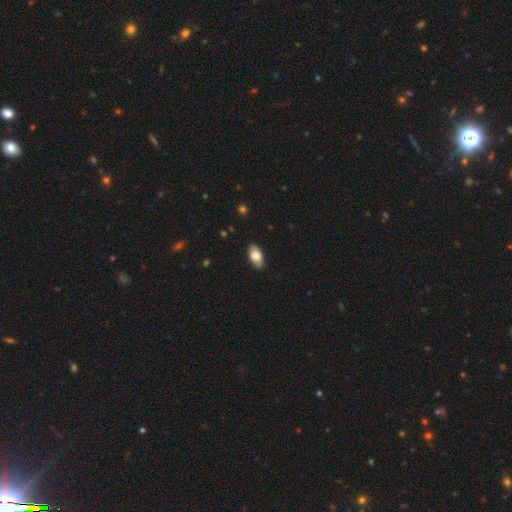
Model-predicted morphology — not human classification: smooth_or_featured: smooth (p=0.79) [alt: featured or disk p=0.15]
how_rounded: in between (p=0.93) [alt: round p=0.04]
merging: none (p=0.85) [alt: minor disturbance p=0.12]